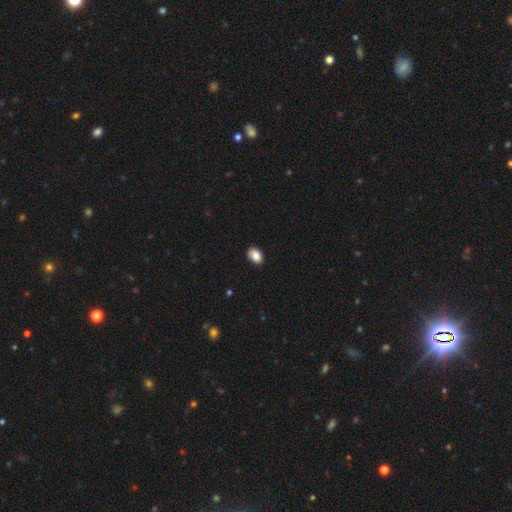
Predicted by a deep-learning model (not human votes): Smooth or featured: smooth — 87% (star or artifact — 8%)
How rounded: in between — 84% (round — 15%)
Merging: none — 86% (minor disturbance — 11%)